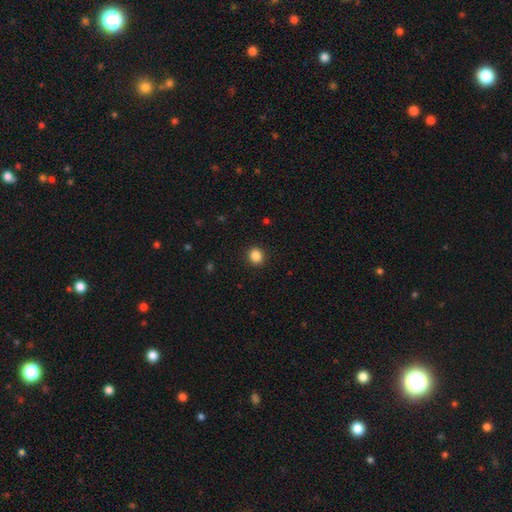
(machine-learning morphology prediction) This appears to be a smooth galaxy with no disk features (86%) that is round (75%). Merging: none (91%).